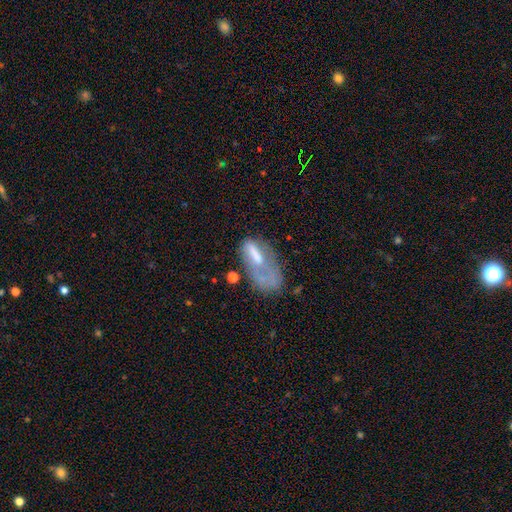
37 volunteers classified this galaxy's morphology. smooth_or_featured: smooth (p=0.65) [alt: featured or disk p=0.27]
how_rounded: in between (p=0.62) [alt: cigar-shaped p=0.38]
merging: major disturbance (p=0.59) [alt: minor disturbance p=0.15]